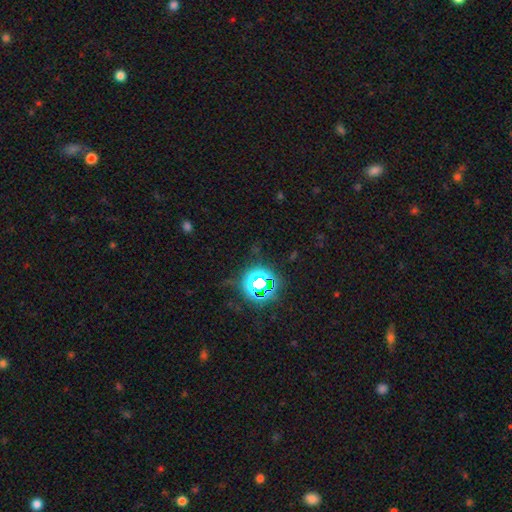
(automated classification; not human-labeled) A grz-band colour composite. It shows a star or artifact, not a galaxy (75%).